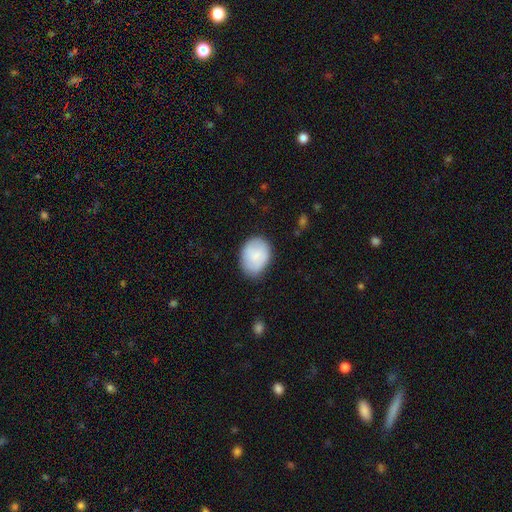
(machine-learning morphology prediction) This is likely a smooth galaxy (80%). How rounded: likely in between (65%). Merging: likely none (74%).